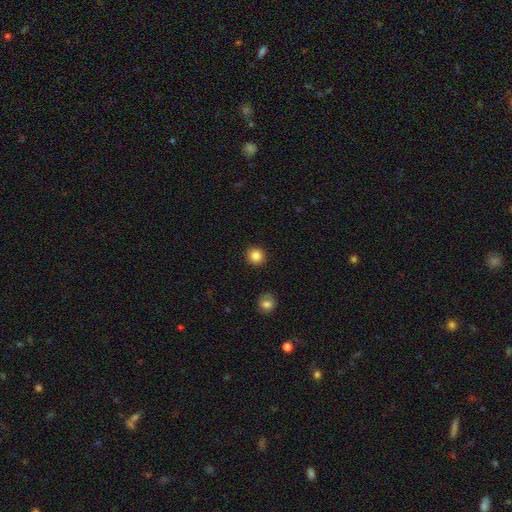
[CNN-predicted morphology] The model was most divided on "smooth or featured": smooth: 85%, star or artifact: 10%, featured or disk: 5%. More confident: how rounded — round (93%); merging — none (92%).